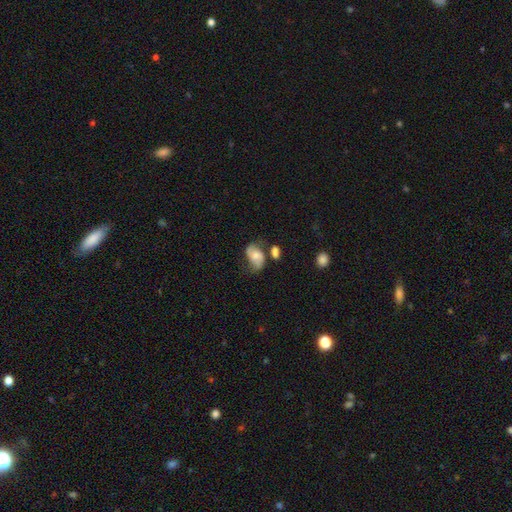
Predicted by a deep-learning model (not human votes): This is possibly a featured or disk galaxy (52%). It is clearly not viewed edge-on (96%). Bar: likely no (66%). Spiral arm pattern: clearly yes (83%). Central bulge: possibly moderate (51%). Merging: possibly none (45%).